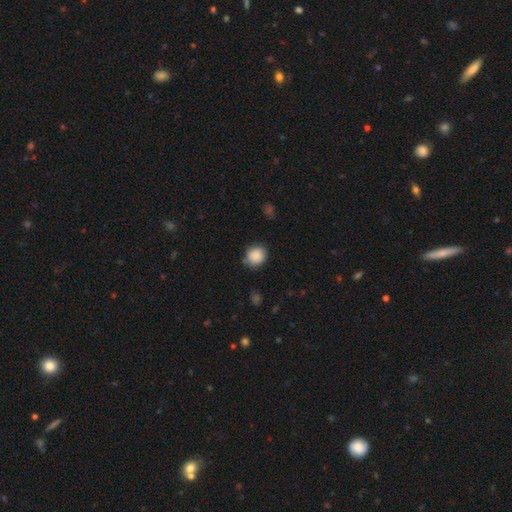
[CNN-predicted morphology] Q: Smooth or featured?
A: smooth (88%); runner-up: star or artifact (8%)
Q: How rounded?
A: round (76%); runner-up: in between (23%)
Q: Merging?
A: none (76%); runner-up: minor disturbance (18%)